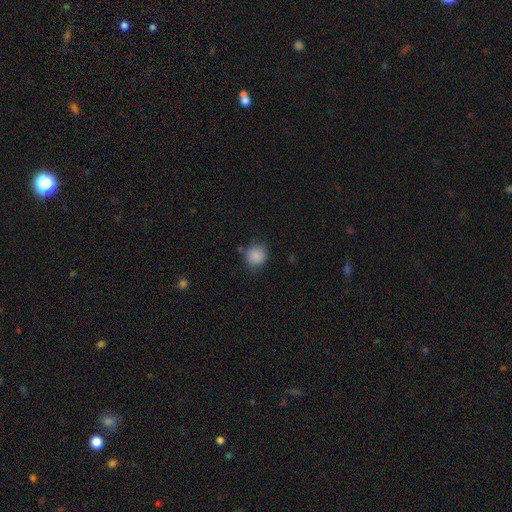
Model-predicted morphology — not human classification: Smooth or featured? smooth (88%)
How rounded? round (86%)
Merging? none (78%)